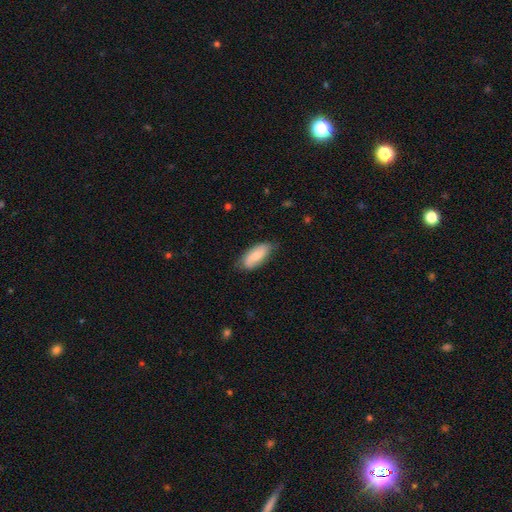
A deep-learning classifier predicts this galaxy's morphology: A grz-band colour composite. It shows a smooth galaxy with no disk features (65%) that is in between round and cigar-shaped (86%). Merging: none (72%).